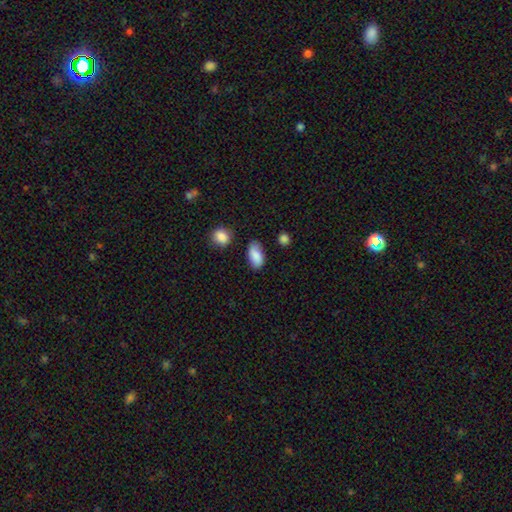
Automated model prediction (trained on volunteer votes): Smooth or featured?
  - smooth: 85% *
  - featured or disk: 8%
  - star or artifact: 7%
How rounded?
  - in between: 92% *
  - round: 5%
  - cigar-shaped: 3%
Merging?
  - none: 76% *
  - minor disturbance: 17%
  - major disturbance: 4%
  - merger: 3%